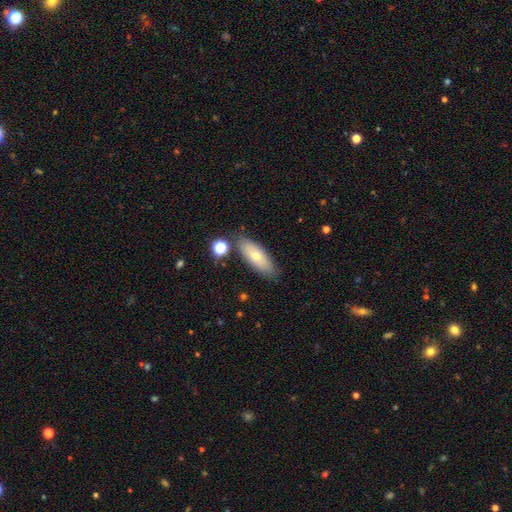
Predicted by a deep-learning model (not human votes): Smooth or featured: smooth — 64% (featured or disk — 28%)
How rounded: in between — 69% (cigar-shaped — 28%)
Merging: none — 81% (minor disturbance — 12%)